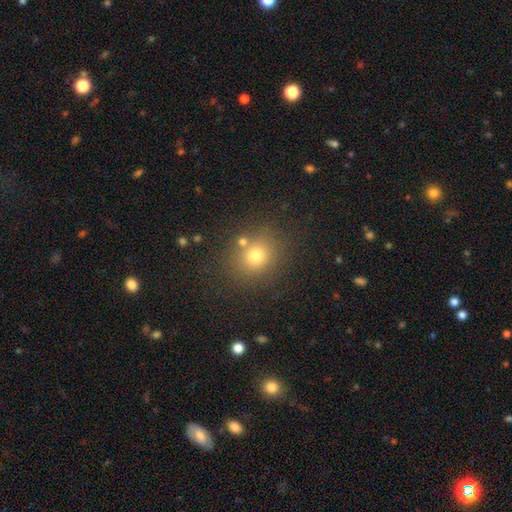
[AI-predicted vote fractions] smooth_or_featured: smooth (p=0.74) [alt: star or artifact p=0.17]
how_rounded: round (p=0.78) [alt: in between p=0.21]
merging: none (p=0.79) [alt: minor disturbance p=0.10]